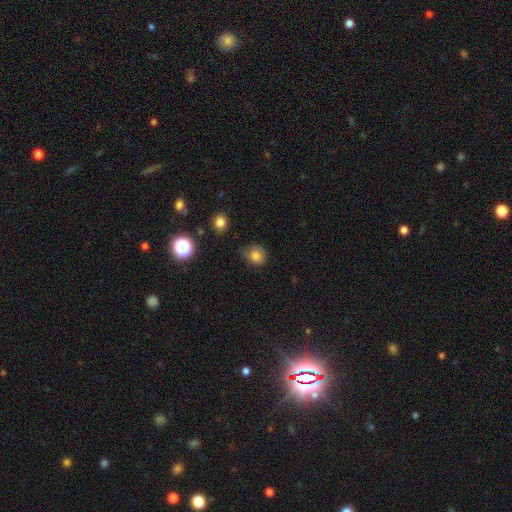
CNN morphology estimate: smooth-or-featured: smooth: 78% | star or artifact: 13% | featured or disk: 9%
  how-rounded: round: 64% | in between: 35% | cigar-shaped: 1%
  merging: none: 54% | minor disturbance: 33% | major disturbance: 11% | merger: 2%